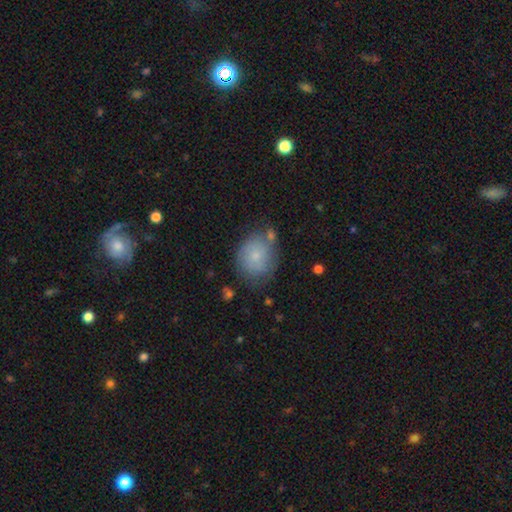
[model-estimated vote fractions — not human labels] smooth 70%, featured or disk 21%, star or artifact 9%. Down the decision tree: how rounded — round (65%); merging — none (62%).